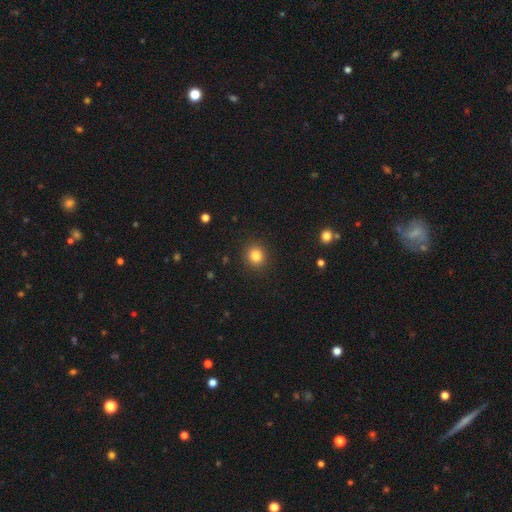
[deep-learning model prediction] smooth-or-featured: smooth: 83% | star or artifact: 11% | featured or disk: 5%
  how-rounded: round: 88% | in between: 12% | cigar-shaped: 1%
  merging: none: 91% | minor disturbance: 6% | major disturbance: 2% | merger: 1%